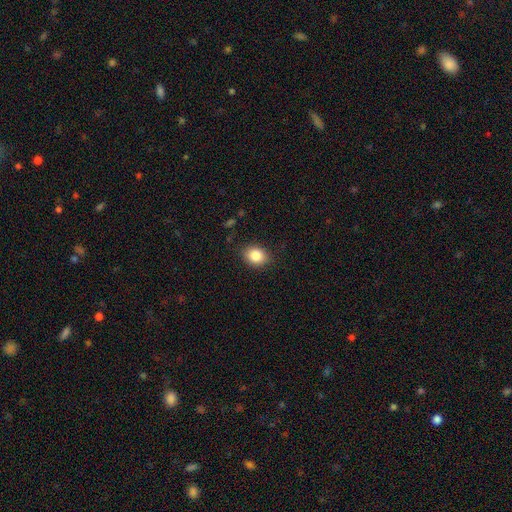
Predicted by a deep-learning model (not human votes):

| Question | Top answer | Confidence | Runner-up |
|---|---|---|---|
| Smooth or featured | smooth | 85% | star or artifact (9%) |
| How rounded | in between | 55% | round (44%) |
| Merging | none | 86% | minor disturbance (10%) |